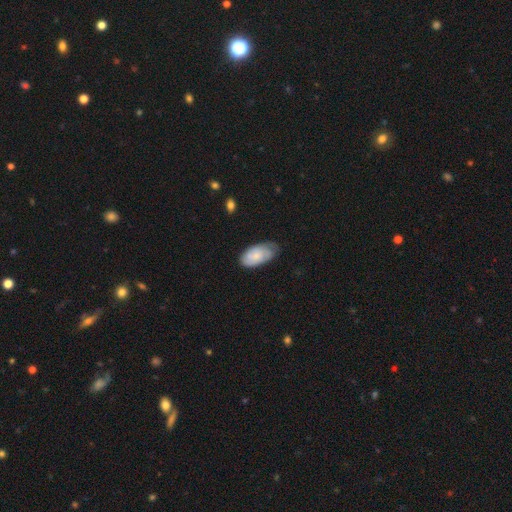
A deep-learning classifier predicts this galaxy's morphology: smooth-or-featured: smooth: 69% | featured or disk: 25% | star or artifact: 6%
  how-rounded: in between: 94% | cigar-shaped: 3% | round: 3%
  merging: none: 58% | minor disturbance: 33% | major disturbance: 7% | merger: 2%